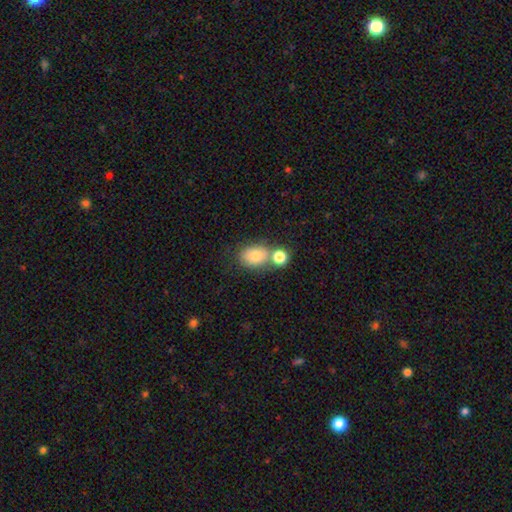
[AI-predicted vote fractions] This appears to be a smooth galaxy with no disk features (80%) that is in between round and cigar-shaped (68%). Merging: none (51%).